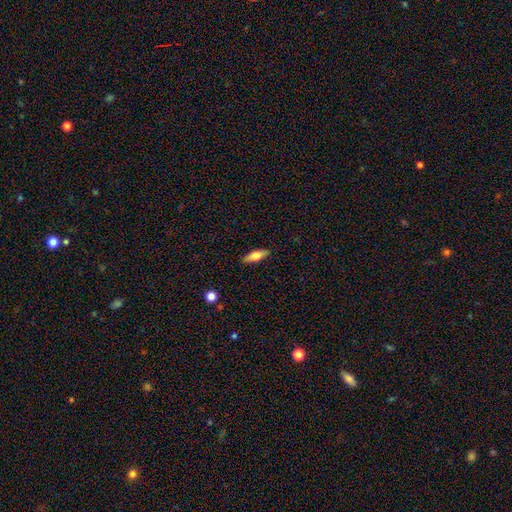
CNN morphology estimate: smooth-or-featured: smooth: 70% | featured or disk: 24% | star or artifact: 6%
  how-rounded: in between: 52% | cigar-shaped: 46% | round: 2%
  merging: none: 89% | minor disturbance: 8% | major disturbance: 2% | merger: 1%